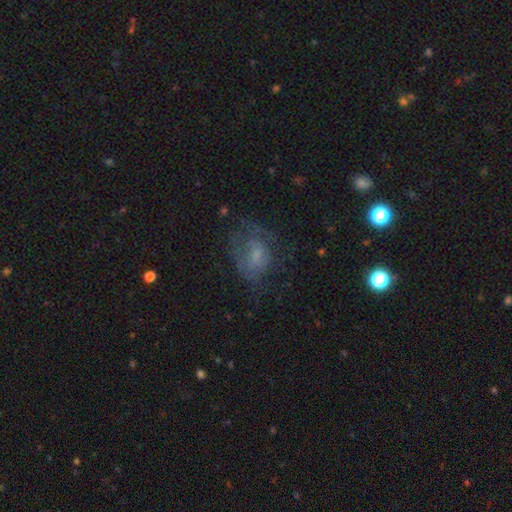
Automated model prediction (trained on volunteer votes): Smooth or featured?
  - smooth: 44% *
  - featured or disk: 40%
  - star or artifact: 16%
Merging?
  - none: 47% *
  - major disturbance: 28%
  - minor disturbance: 23%
  - merger: 2%